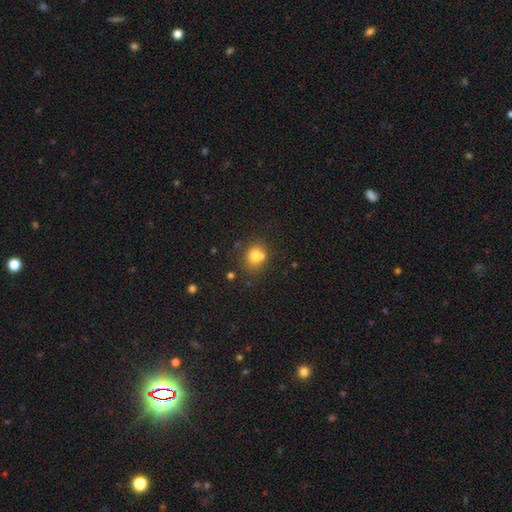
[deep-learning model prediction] Overall: smooth (73%). How rounded: round (71%). Merging: none (47%; merger 33%).